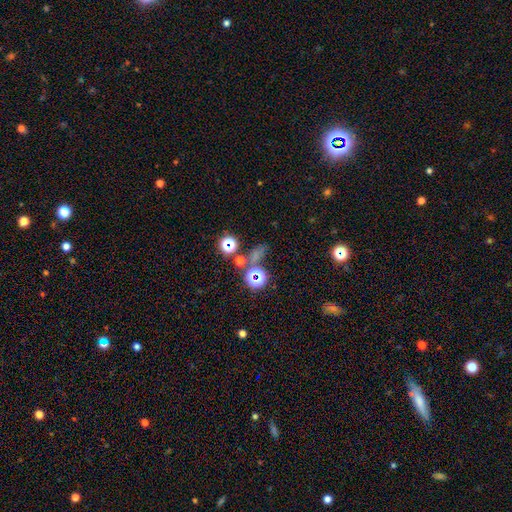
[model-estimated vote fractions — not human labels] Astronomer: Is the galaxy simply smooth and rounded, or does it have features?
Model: star or artifact — 54% (runner-up: smooth, 34%).